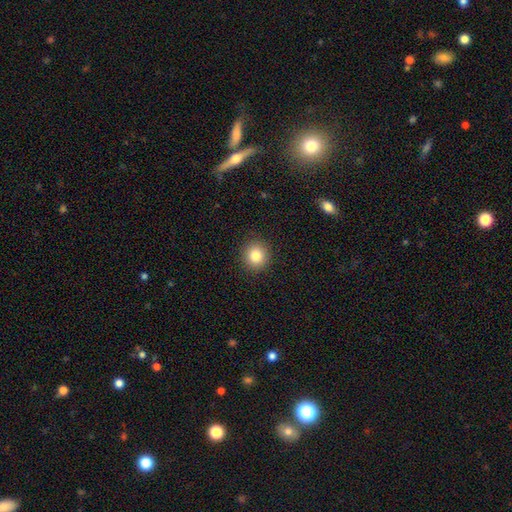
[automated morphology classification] type=smooth (83%); roundness=round (90%); merging=none (91%).